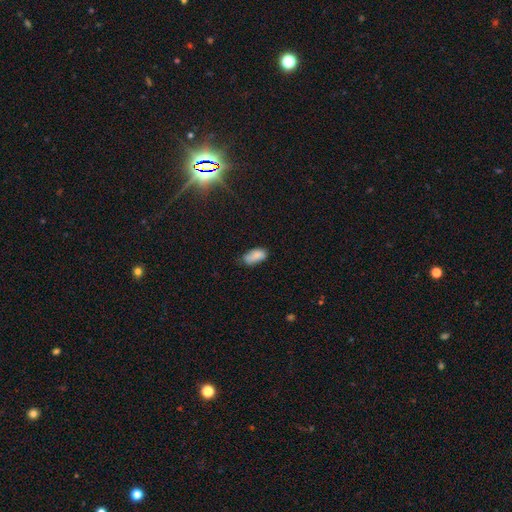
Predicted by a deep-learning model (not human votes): Q: Smooth or featured?
A: smooth (82%); runner-up: featured or disk (9%)
Q: How rounded?
A: in between (90%); runner-up: cigar-shaped (6%)
Q: Merging?
A: none (54%); runner-up: minor disturbance (33%)